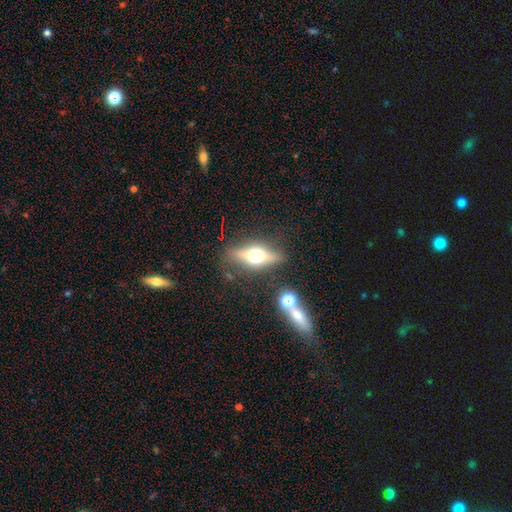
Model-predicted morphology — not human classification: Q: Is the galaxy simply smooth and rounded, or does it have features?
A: featured or disk — 57%.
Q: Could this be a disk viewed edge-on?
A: yes — 87%.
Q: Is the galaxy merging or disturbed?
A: none — 79%.